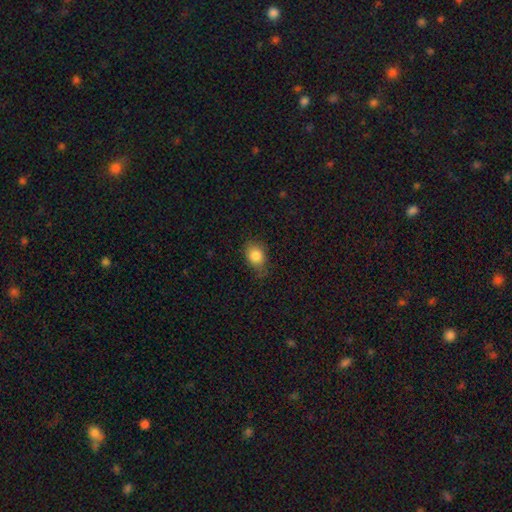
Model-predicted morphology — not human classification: smooth_or_featured: smooth (p=0.84) [alt: star or artifact p=0.09]
how_rounded: in between (p=0.61) [alt: round p=0.38]
merging: none (p=0.67) [alt: minor disturbance p=0.26]